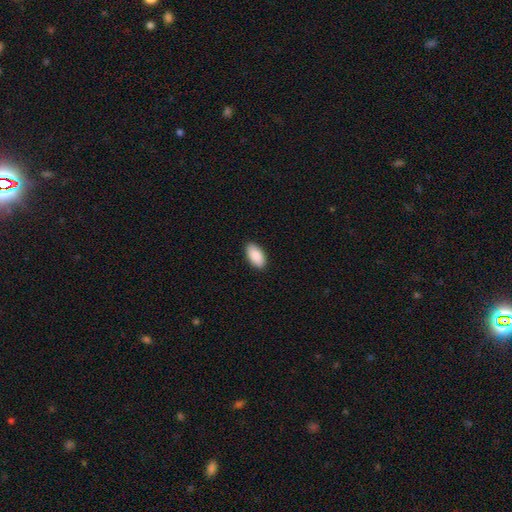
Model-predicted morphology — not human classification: smooth_or_featured: smooth (p=0.91) [alt: star or artifact p=0.06]
how_rounded: in between (p=0.95) [alt: cigar-shaped p=0.03]
merging: none (p=0.90) [alt: minor disturbance p=0.08]